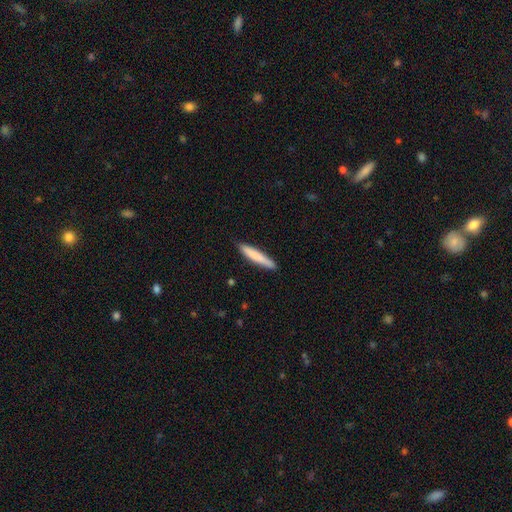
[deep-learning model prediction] A smooth galaxy with no disk features (79%) that is cigar-shaped (92%).

Vote fractions:
- Smooth or featured? smooth: 79% / featured or disk: 16% / star or artifact: 5%
- How rounded? cigar-shaped: 92% / in between: 7% / round: 1%
- Merging? none: 87% / minor disturbance: 11% / major disturbance: 2% / merger: 1%